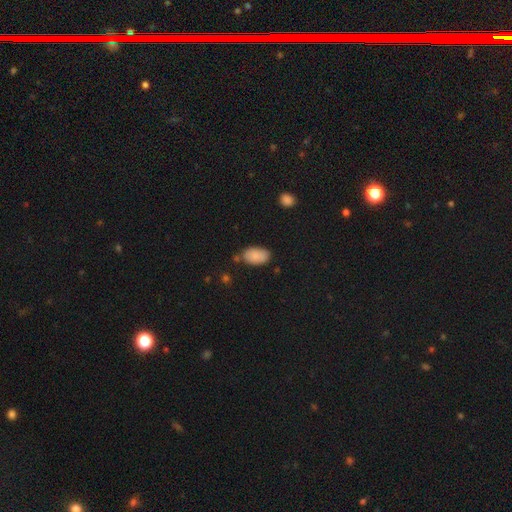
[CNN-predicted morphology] Q: Smooth or featured?
A: smooth (88%); runner-up: star or artifact (7%)
Q: How rounded?
A: in between (94%); runner-up: round (5%)
Q: Merging?
A: none (72%); runner-up: minor disturbance (19%)